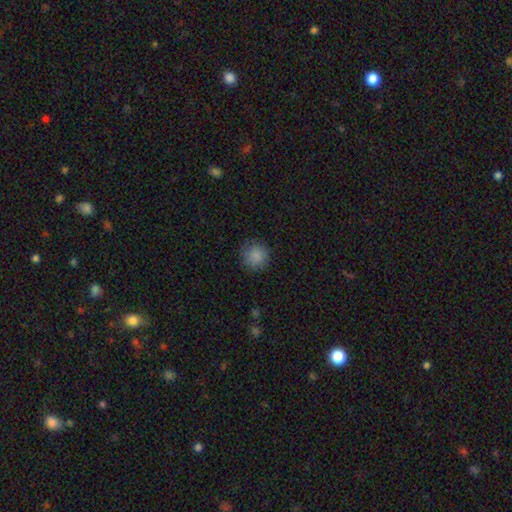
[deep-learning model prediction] Q: Smooth or featured?
A: smooth (87%); runner-up: star or artifact (10%)
Q: How rounded?
A: round (93%); runner-up: in between (6%)
Q: Merging?
A: none (85%); runner-up: minor disturbance (11%)